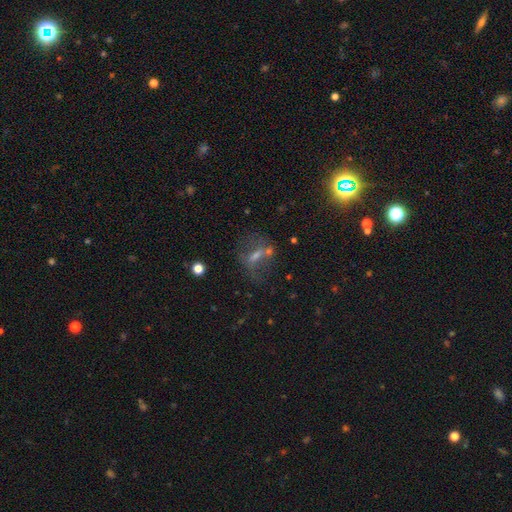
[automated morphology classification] This is marginally a featured or disk galaxy (41%). Merging: possibly none (49%).